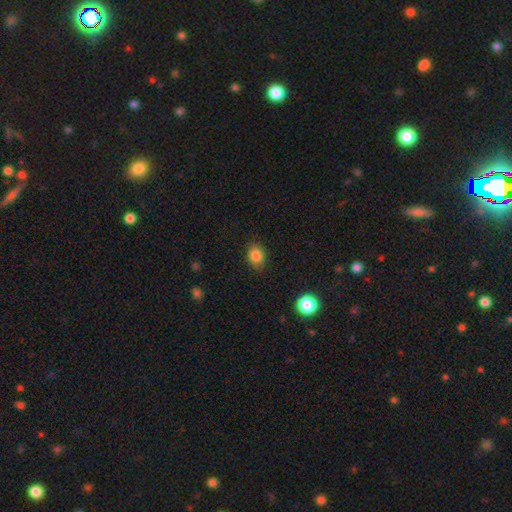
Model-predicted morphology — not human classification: Overall: smooth (84%). How rounded: in between (53%; round 46%). Merging: none (84%).